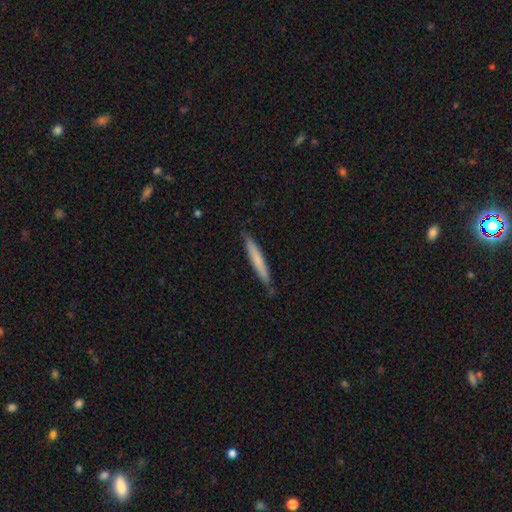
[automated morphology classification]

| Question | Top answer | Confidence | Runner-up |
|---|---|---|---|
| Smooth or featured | smooth | 66% | featured or disk (28%) |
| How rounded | cigar-shaped | 96% | in between (3%) |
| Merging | none | 88% | minor disturbance (10%) |